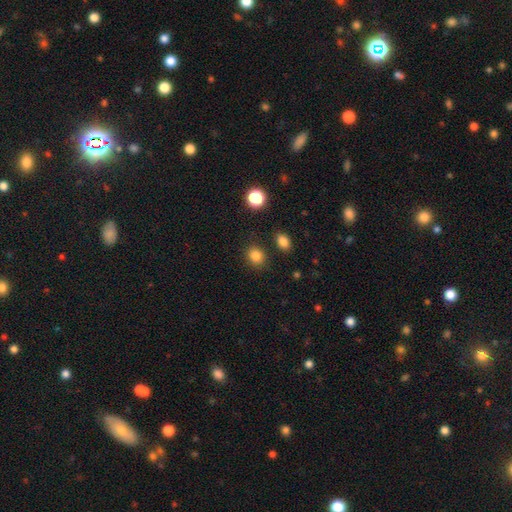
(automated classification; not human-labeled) Morphology: type=smooth (84%); roundness=round (64%); merging=none (83%).